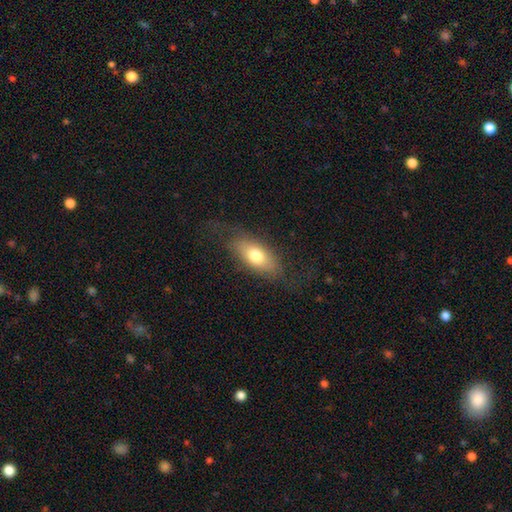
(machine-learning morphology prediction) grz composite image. It shows a smooth galaxy with no disk features (71%) that is in between round and cigar-shaped (83%). Merging: none (71%).